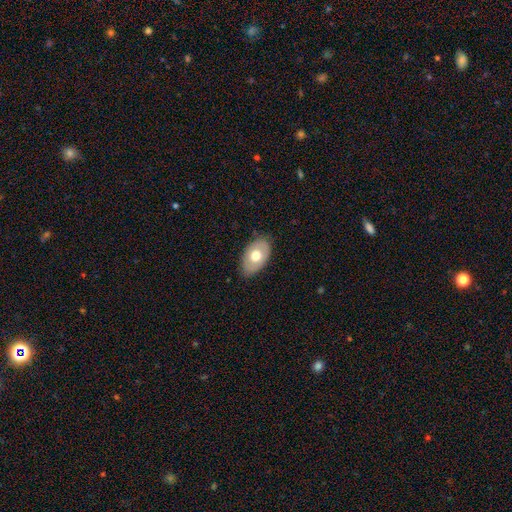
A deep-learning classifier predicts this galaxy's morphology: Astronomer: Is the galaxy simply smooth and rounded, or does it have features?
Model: smooth — 64%.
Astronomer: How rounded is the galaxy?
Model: in between — 89%.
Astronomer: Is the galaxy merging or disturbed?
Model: none — 79%.